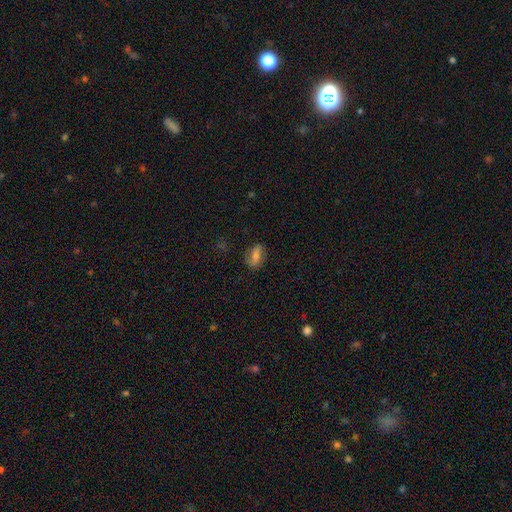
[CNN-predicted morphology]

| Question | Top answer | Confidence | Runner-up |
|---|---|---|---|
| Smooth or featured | smooth | 60% | featured or disk (27%) |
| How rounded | in between | 77% | round (12%) |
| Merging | none | 80% | minor disturbance (14%) |